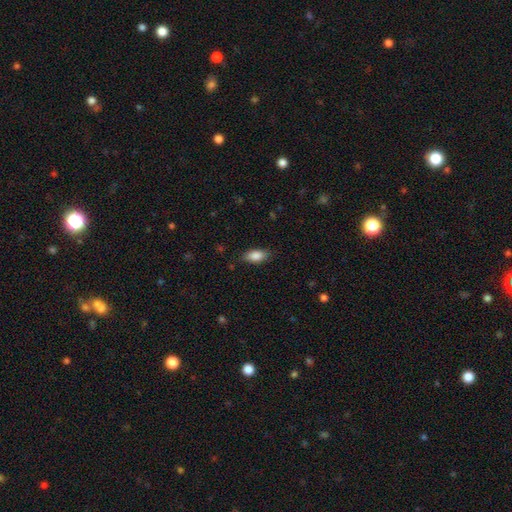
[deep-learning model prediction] smooth-or-featured: smooth: 86% | star or artifact: 7% | featured or disk: 7%
  how-rounded: in between: 88% | cigar-shaped: 9% | round: 3%
  merging: none: 82% | minor disturbance: 14% | major disturbance: 3% | merger: 1%